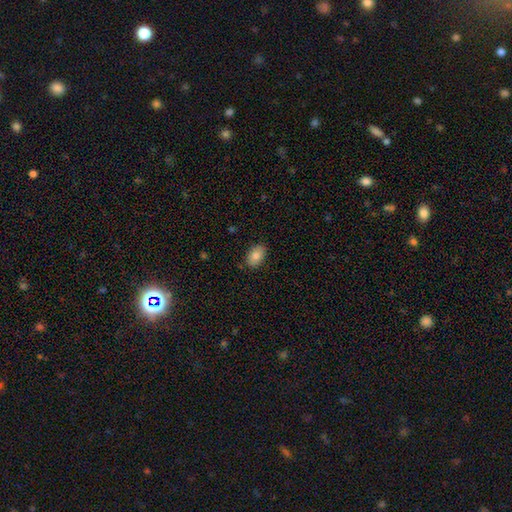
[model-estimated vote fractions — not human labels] Smooth or featured? smooth (81%)
How rounded? in between (85%)
Merging? none (86%)